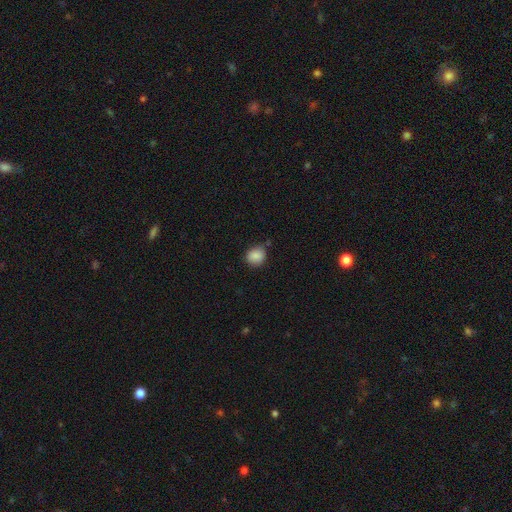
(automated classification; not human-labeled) Smooth or featured: smooth — 86% (star or artifact — 9%)
How rounded: round — 71% (in between — 28%)
Merging: none — 74% (minor disturbance — 19%)